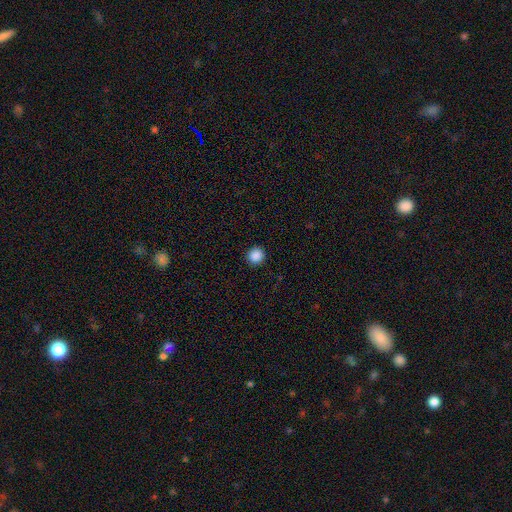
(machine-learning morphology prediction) Smooth or featured? smooth (88%)
How rounded? round (93%)
Merging? none (93%)